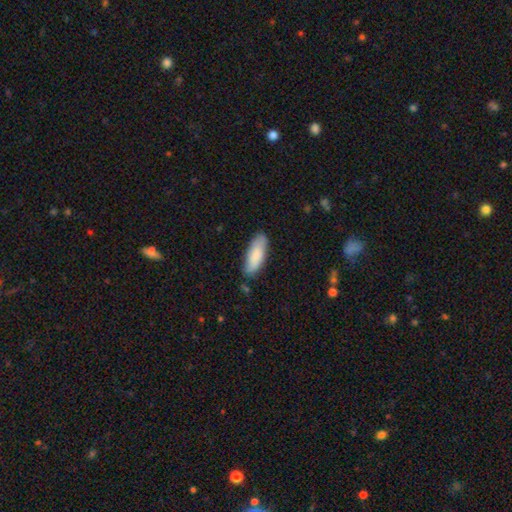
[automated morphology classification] This is clearly a smooth galaxy (84%). How rounded: likely in between (74%). Merging: likely none (77%).